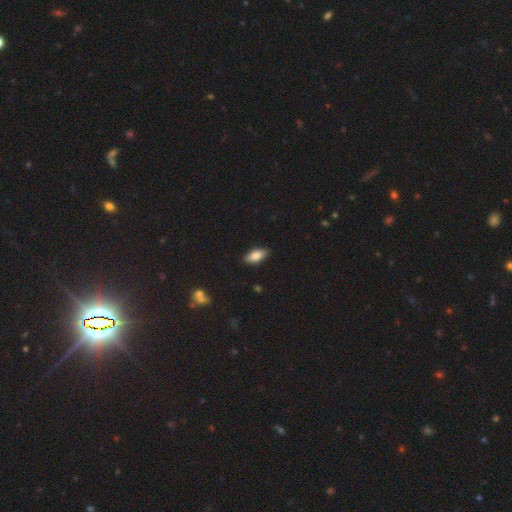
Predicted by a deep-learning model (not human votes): Smooth or featured?
  - smooth: 78% *
  - featured or disk: 15%
  - star or artifact: 7%
How rounded?
  - in between: 85% *
  - cigar-shaped: 12%
  - round: 3%
Merging?
  - none: 88% *
  - minor disturbance: 9%
  - major disturbance: 2%
  - merger: 1%